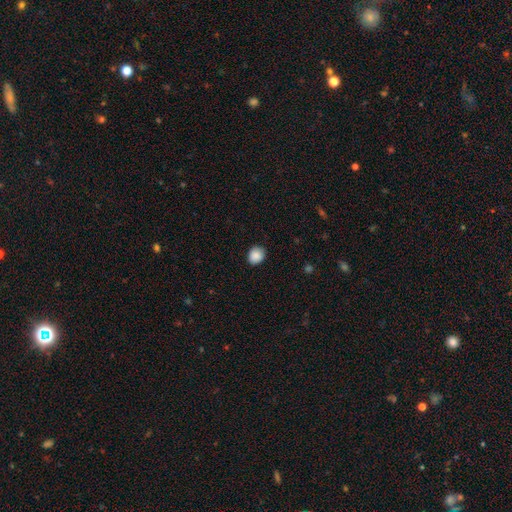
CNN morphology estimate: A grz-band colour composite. It shows a smooth galaxy with no disk features (89%) that is round (72%). Merging: none (86%).